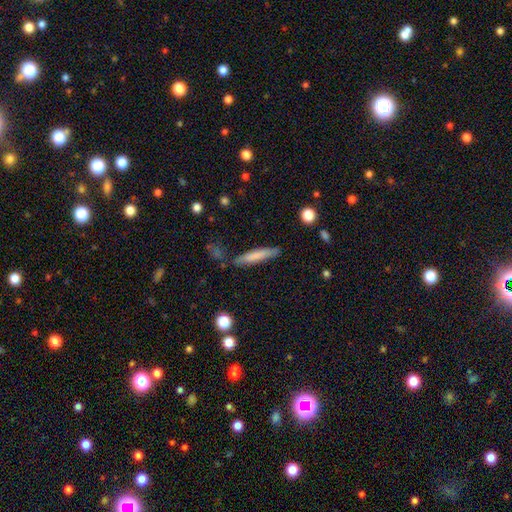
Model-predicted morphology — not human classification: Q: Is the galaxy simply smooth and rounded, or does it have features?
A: smooth — 73%.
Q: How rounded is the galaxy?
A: cigar-shaped — 91%.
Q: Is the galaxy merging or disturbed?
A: none — 81%.